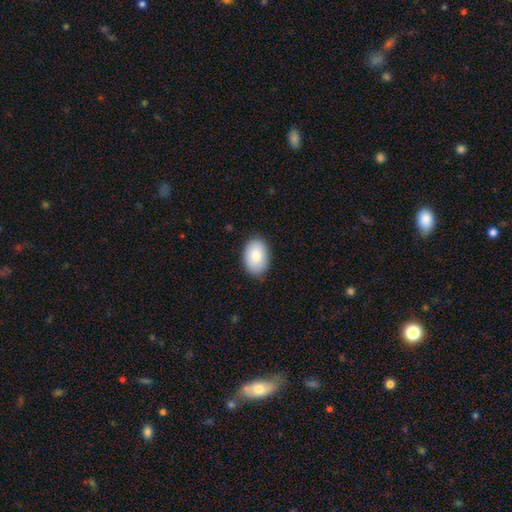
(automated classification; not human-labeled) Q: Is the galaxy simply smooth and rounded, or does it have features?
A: smooth — 85%.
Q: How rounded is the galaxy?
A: in between — 88%.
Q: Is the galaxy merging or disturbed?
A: none — 85%.